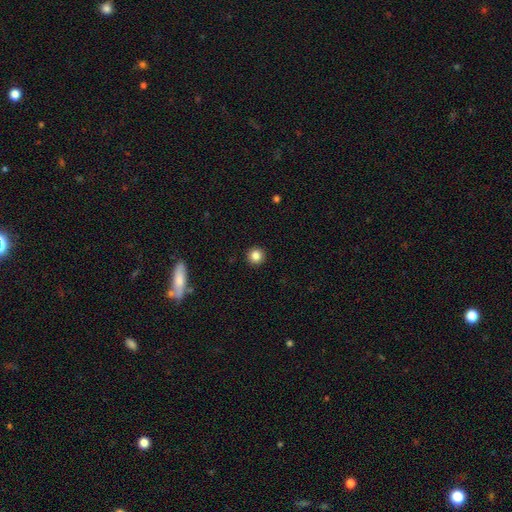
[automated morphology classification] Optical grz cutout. It shows a smooth galaxy with no disk features (85%) that is round (95%). Merging: none (93%).